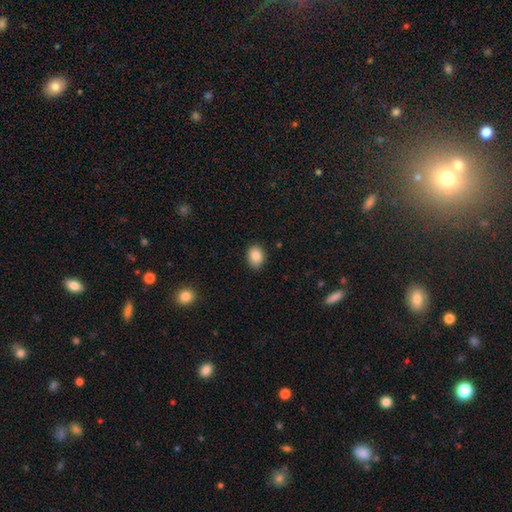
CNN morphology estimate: type=smooth (86%); roundness=in between (69%); merging=none (84%).